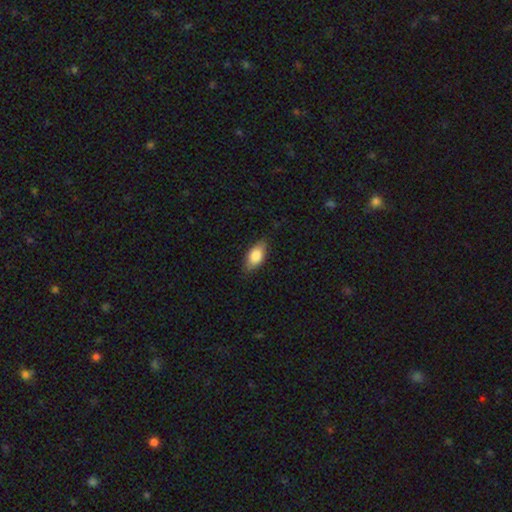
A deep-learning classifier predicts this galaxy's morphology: A smooth galaxy with no disk features (80%) that is in between round and cigar-shaped (89%).

Vote fractions:
- Smooth or featured? smooth: 80% / featured or disk: 13% / star or artifact: 6%
- How rounded? in between: 89% / cigar-shaped: 6% / round: 5%
- Merging? none: 79% / minor disturbance: 17% / major disturbance: 3% / merger: 1%